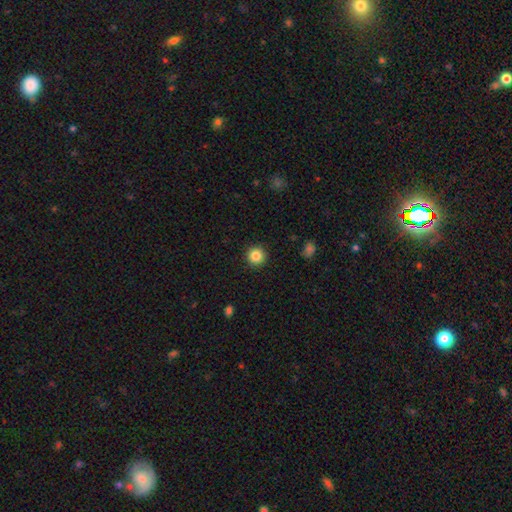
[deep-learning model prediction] This appears to be a smooth galaxy with no disk features (86%) that is round (95%). Merging: none (92%).